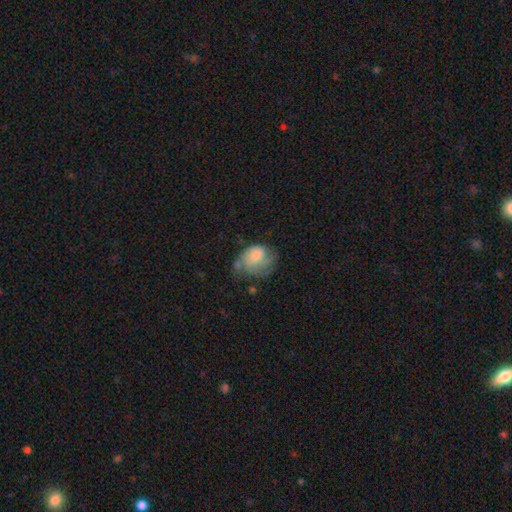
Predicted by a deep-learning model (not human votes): Smooth or featured?
  - smooth: 47% *
  - featured or disk: 45%
  - star or artifact: 8%
Merging?
  - none: 39% *
  - minor disturbance: 32%
  - major disturbance: 24%
  - merger: 4%